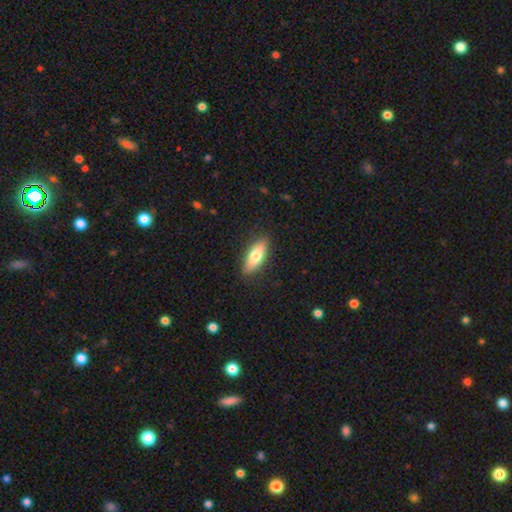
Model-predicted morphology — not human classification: Smooth or featured?
  - smooth: 71% *
  - featured or disk: 23%
  - star or artifact: 6%
How rounded?
  - in between: 67% *
  - cigar-shaped: 31%
  - round: 3%
Merging?
  - none: 88% *
  - minor disturbance: 9%
  - major disturbance: 2%
  - merger: 1%